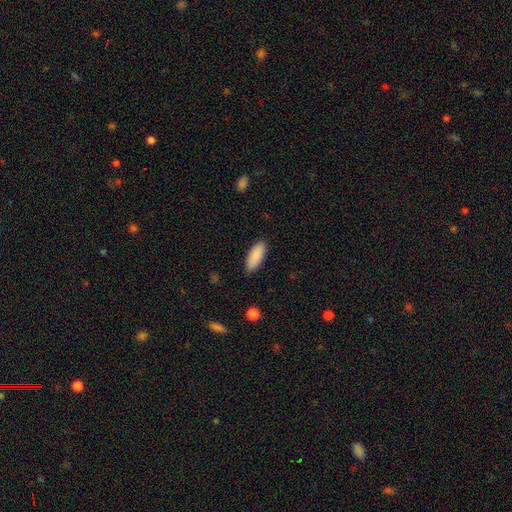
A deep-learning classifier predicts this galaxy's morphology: Q: Smooth or featured?
A: smooth (89%); runner-up: star or artifact (6%)
Q: How rounded?
A: in between (78%); runner-up: cigar-shaped (20%)
Q: Merging?
A: none (86%); runner-up: minor disturbance (11%)